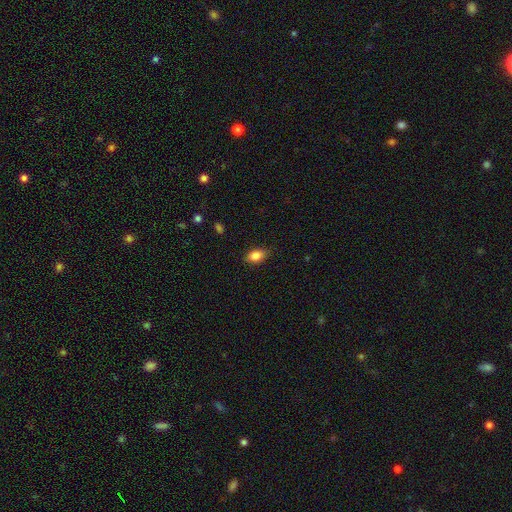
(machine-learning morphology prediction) smooth_or_featured: smooth (p=0.85) [alt: star or artifact p=0.08]
how_rounded: in between (p=0.86) [alt: round p=0.11]
merging: none (p=0.84) [alt: minor disturbance p=0.12]